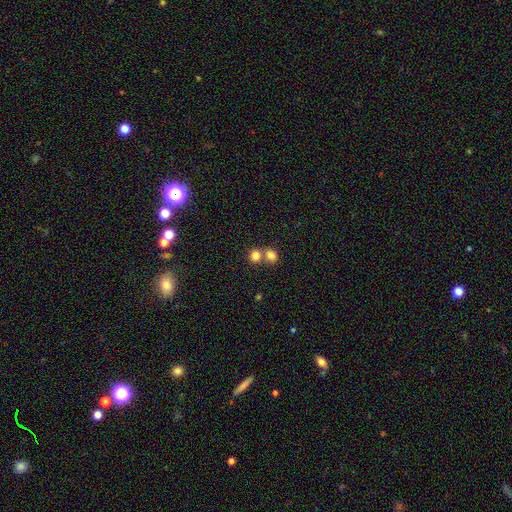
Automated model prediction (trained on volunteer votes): Smooth or featured: smooth — 81% (star or artifact — 11%)
How rounded: round — 78% (in between — 21%)
Merging: merger — 51% (none — 41%)